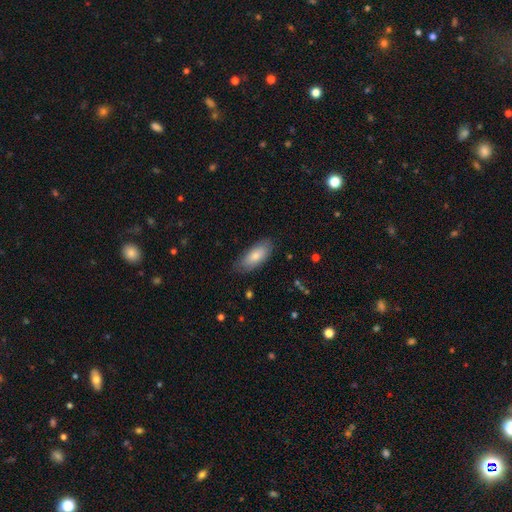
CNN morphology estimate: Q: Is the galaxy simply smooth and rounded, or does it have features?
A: smooth — 82%.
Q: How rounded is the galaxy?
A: in between — 84%.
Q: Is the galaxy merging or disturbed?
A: none — 79%.